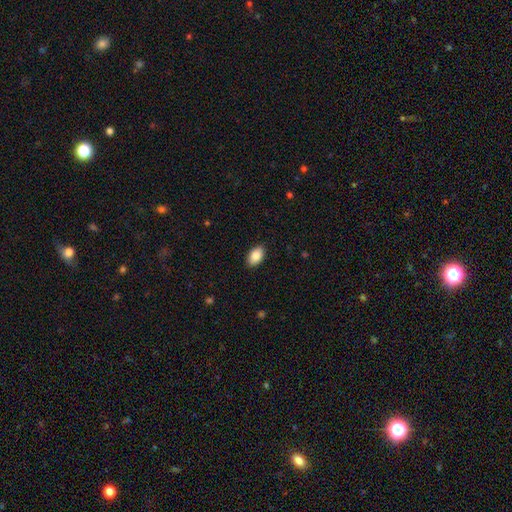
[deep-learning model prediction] Smooth or featured? Predicted: smooth (p=0.88). How rounded? Predicted: in between (p=0.93). Merging? Predicted: none (p=0.89).